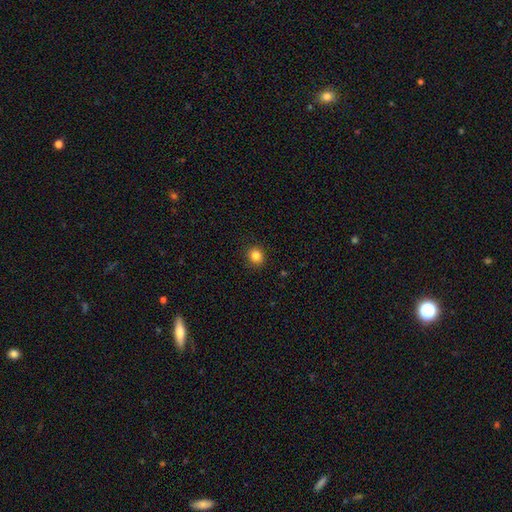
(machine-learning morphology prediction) Smooth or featured?
  - smooth: 84% *
  - star or artifact: 11%
  - featured or disk: 5%
How rounded?
  - round: 86% *
  - in between: 13%
  - cigar-shaped: 1%
Merging?
  - none: 90% *
  - minor disturbance: 7%
  - major disturbance: 2%
  - merger: 1%